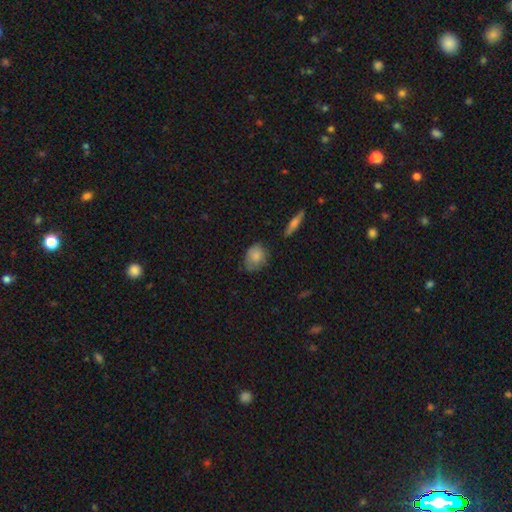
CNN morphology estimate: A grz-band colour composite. It shows a smooth galaxy with no disk features (80%) that is in between round and cigar-shaped (63%). Merging: none (60%).